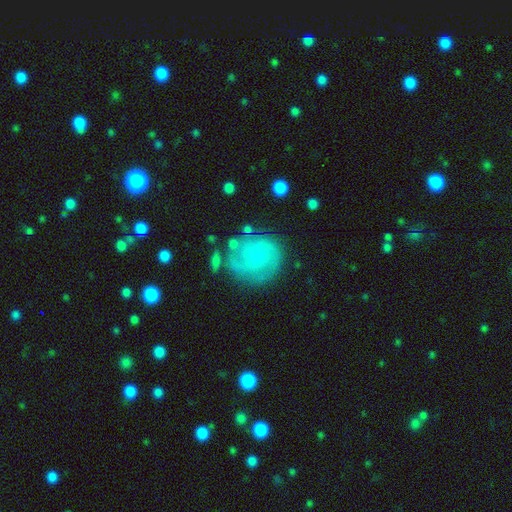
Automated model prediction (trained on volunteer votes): The model was most divided on "spiral arm count": 2: 46%, can't tell: 26%, 3: 14%, 1: 5%, 4: 5%, more than 4: 4%. More confident: edge-on disk — no (98%); spiral arms — yes (89%); bulge size — small (81%); bar — no (74%); merging — none (72%); smooth or featured — featured or disk (71%); spiral winding — tight (56%).